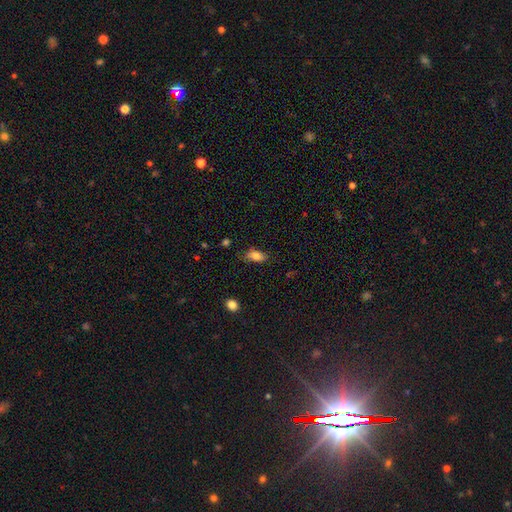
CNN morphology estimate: smooth 83%, star or artifact 9%, featured or disk 8%. Down the decision tree: how rounded — in between (88%); merging — none (74%).